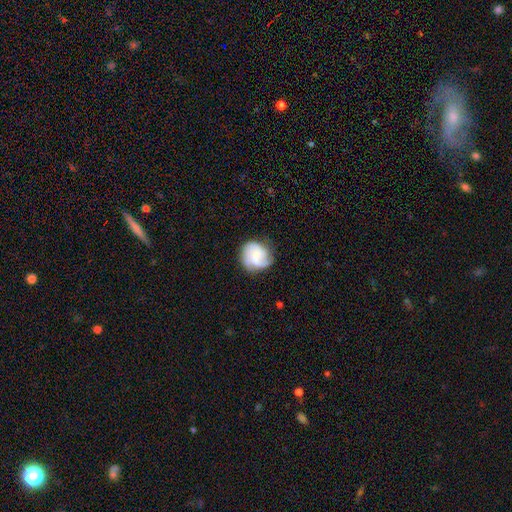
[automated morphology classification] The model was most divided on "spiral winding" (2-way tie): medium: 41%, tight: 41%, loose: 18%. Remaining: edge-on disk — no (98%); spiral arms — yes (93%); bar — no (70%); merging — none (66%); smooth or featured — featured or disk (65%); spiral arm count — 3 (46%); bulge size — small (41%).